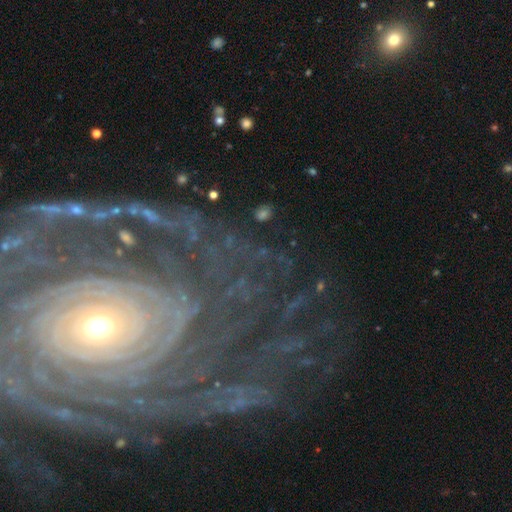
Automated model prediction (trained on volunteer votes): Smooth or featured?
  - featured or disk: 84% *
  - star or artifact: 10%
  - smooth: 6%
Edge-on disk?
  - no: 96% *
  - yes: 4%
Bar?
  - no: 64% *
  - weak: 20%
  - strong: 17%
Spiral arms?
  - yes: 95% *
  - no: 5%
Spiral winding?
  - tight: 79% *
  - medium: 16%
  - loose: 5%
Spiral arm count?
  - more than 4: 26% *
  - can't tell: 24%
  - 4: 14%
  - 3: 13%
  - 2: 13%
  - 1: 10%
Bulge size?
  - small: 57% *
  - moderate: 35%
  - large: 5%
  - none: 2%
  - dominant: 2%
Merging?
  - none: 73% *
  - minor disturbance: 13%
  - major disturbance: 12%
  - merger: 3%